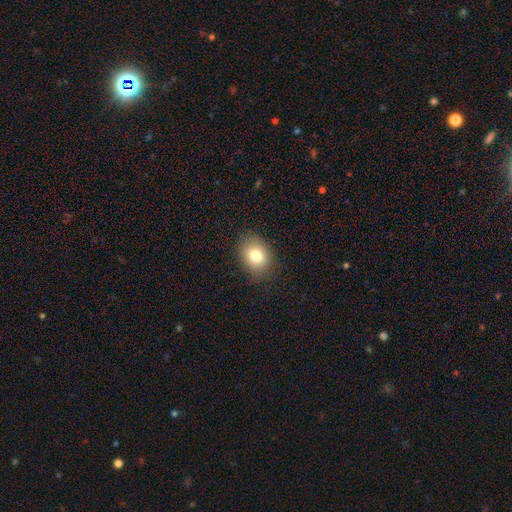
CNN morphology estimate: Q: Smooth or featured?
A: smooth (80%); runner-up: star or artifact (10%)
Q: How rounded?
A: in between (58%); runner-up: round (41%)
Q: Merging?
A: none (86%); runner-up: minor disturbance (10%)